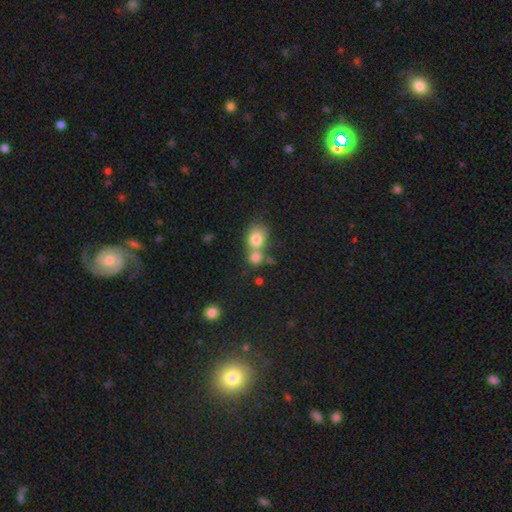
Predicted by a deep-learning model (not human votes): Overall: smooth (75%). How rounded: round (67%; in between 31%). Merging: merger (53%; none 36%).